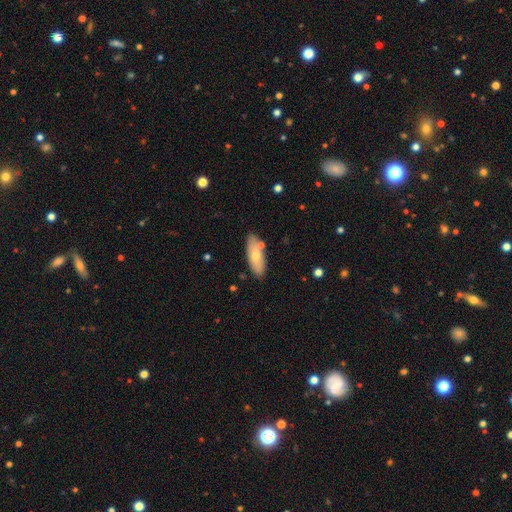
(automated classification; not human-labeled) This is likely a smooth galaxy (69%). How rounded: likely in between (71%). Merging: likely none (79%).